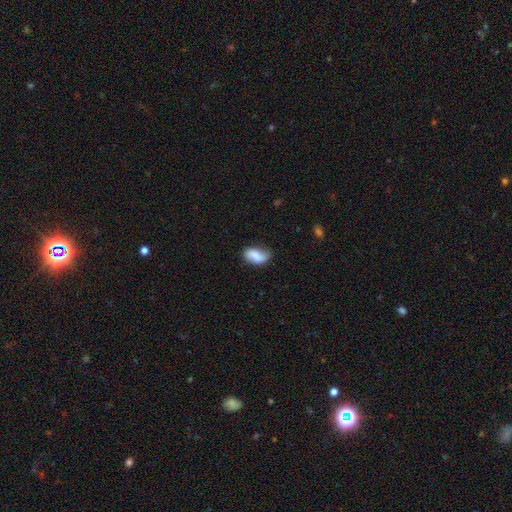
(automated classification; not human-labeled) A smooth galaxy with no disk features (73%) that is in between round and cigar-shaped (90%).

Vote fractions:
- Smooth or featured? smooth: 73% / featured or disk: 19% / star or artifact: 8%
- How rounded? in between: 90% / round: 7% / cigar-shaped: 3%
- Merging? none: 54% / minor disturbance: 33% / major disturbance: 10% / merger: 3%